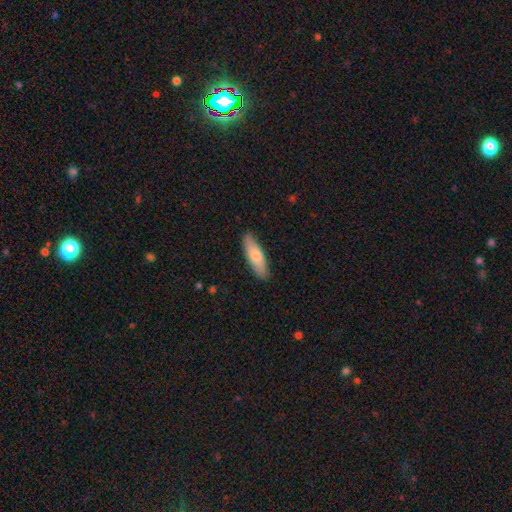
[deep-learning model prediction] Q: Smooth or featured?
A: smooth (76%); runner-up: featured or disk (19%)
Q: How rounded?
A: cigar-shaped (53%); runner-up: in between (45%)
Q: Merging?
A: none (86%); runner-up: minor disturbance (11%)